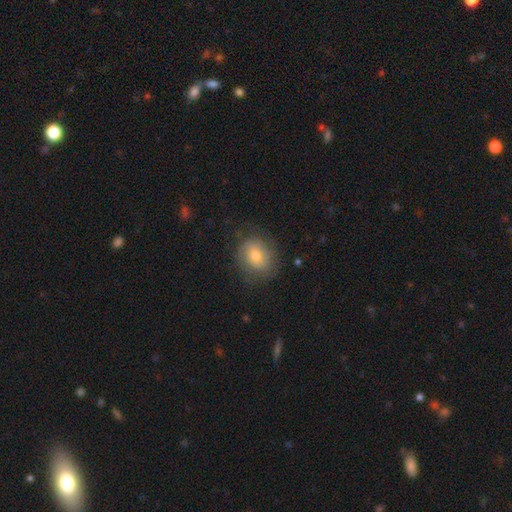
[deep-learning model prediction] smooth 63%, featured or disk 28%, star or artifact 9%. Down the decision tree: how rounded — round (58%); merging — none (73%).